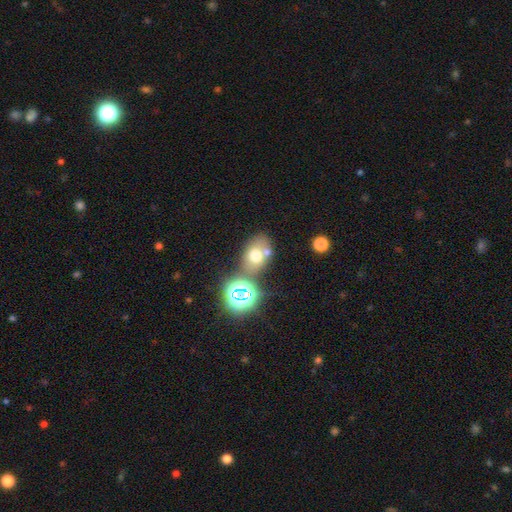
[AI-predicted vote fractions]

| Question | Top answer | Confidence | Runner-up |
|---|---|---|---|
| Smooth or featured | smooth | 62% | featured or disk (20%) |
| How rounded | in between | 67% | round (31%) |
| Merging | none | 56% | merger (24%) |